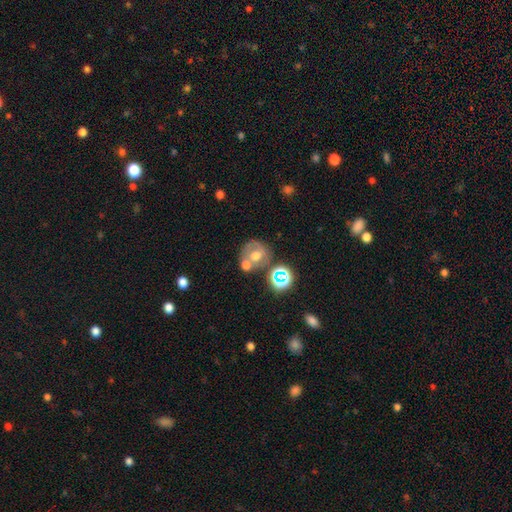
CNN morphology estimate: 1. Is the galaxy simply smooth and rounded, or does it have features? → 44% smooth, 40% featured or disk, 17% star or artifact.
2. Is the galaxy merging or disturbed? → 44% none, 35% merger, 13% minor disturbance, 8% major disturbance.